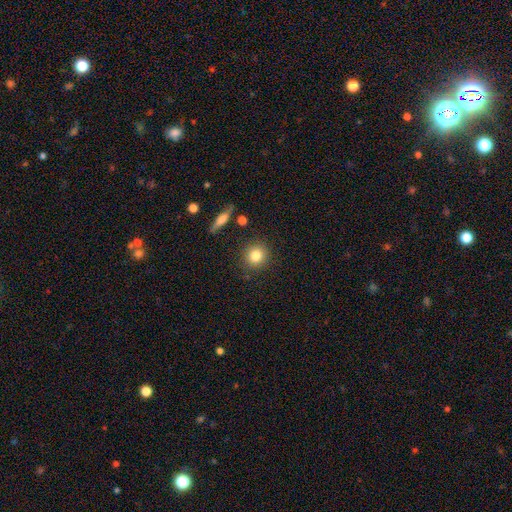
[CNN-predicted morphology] smooth-or-featured: smooth: 82% | star or artifact: 10% | featured or disk: 8%
  how-rounded: round: 89% | in between: 10% | cigar-shaped: 1%
  merging: none: 87% | minor disturbance: 8% | merger: 3% | major disturbance: 2%